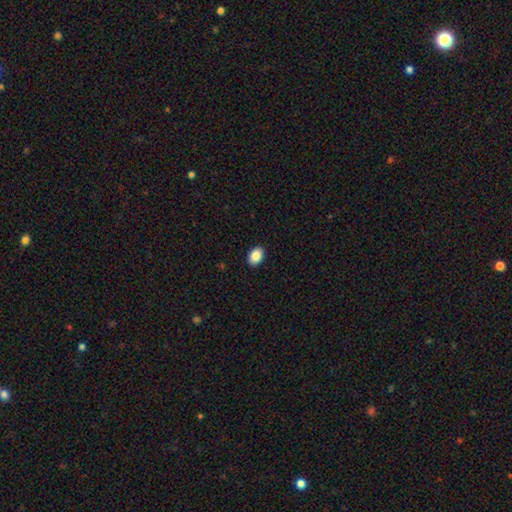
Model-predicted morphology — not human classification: Smooth or featured: smooth — 88% (star or artifact — 8%)
How rounded: in between — 79% (round — 21%)
Merging: none — 91% (minor disturbance — 7%)